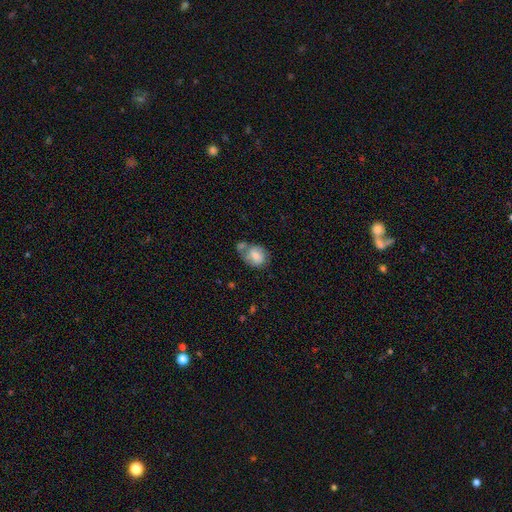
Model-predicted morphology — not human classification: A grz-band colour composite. It shows a smooth galaxy with no disk features (69%) that is in between round and cigar-shaped (50%). Merging: merger (36%).